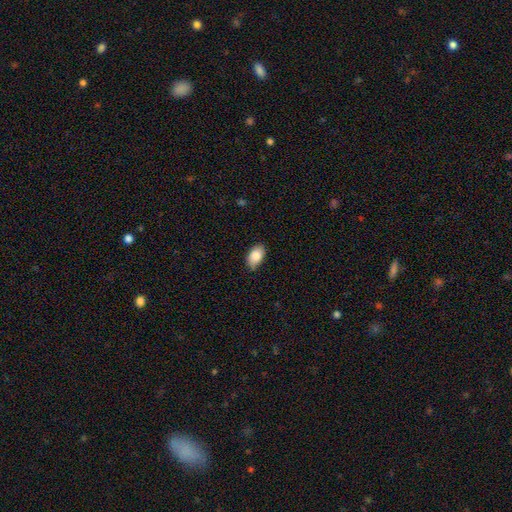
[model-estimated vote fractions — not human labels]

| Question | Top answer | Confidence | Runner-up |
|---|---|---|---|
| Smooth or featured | smooth | 87% | star or artifact (7%) |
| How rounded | in between | 93% | round (5%) |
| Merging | none | 82% | minor disturbance (15%) |